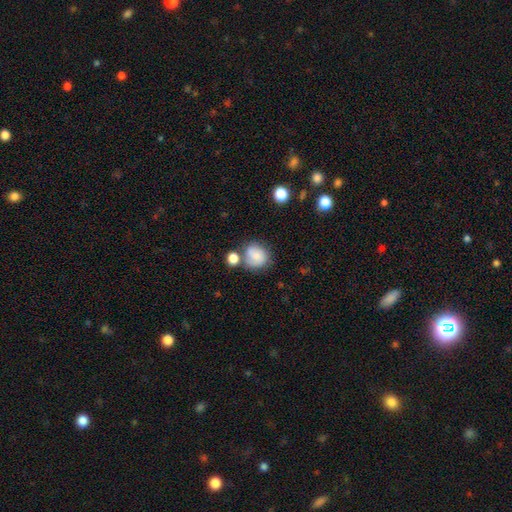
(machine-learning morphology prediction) Smooth or featured? Predicted: smooth (p=0.75). How rounded? Predicted: round (p=0.76). Merging? Predicted: none (p=0.54).